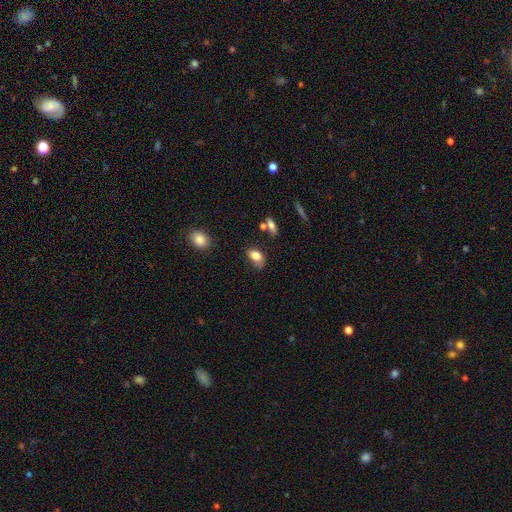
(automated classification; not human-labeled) This appears to be a smooth galaxy with no disk features (80%) that is in between round and cigar-shaped (87%). Merging: none (57%).